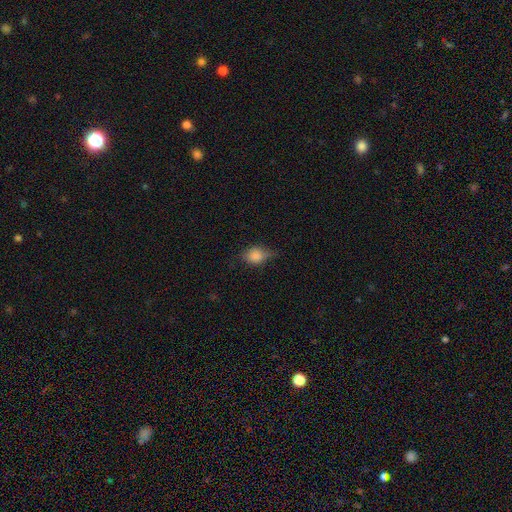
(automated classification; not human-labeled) Smooth or featured?
  - smooth: 77% *
  - featured or disk: 13%
  - star or artifact: 10%
How rounded?
  - in between: 51% *
  - round: 47%
  - cigar-shaped: 2%
Merging?
  - none: 49% *
  - minor disturbance: 37%
  - major disturbance: 12%
  - merger: 2%